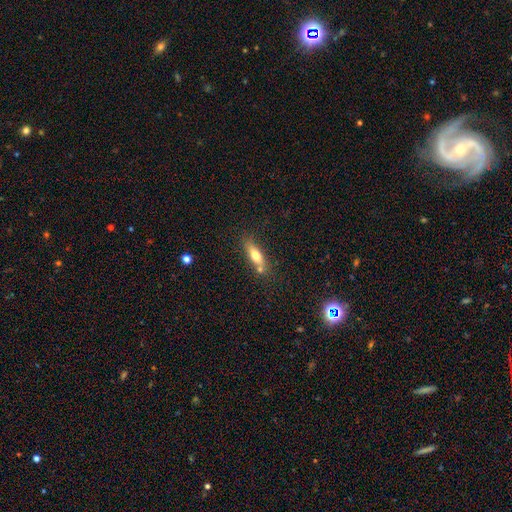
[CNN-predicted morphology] This appears to be a smooth galaxy with no disk features (65%) that is cigar-shaped (52%). Merging: none (63%).